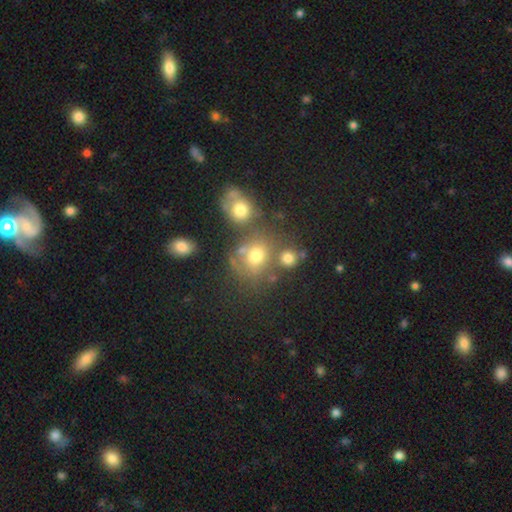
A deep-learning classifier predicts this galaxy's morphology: This is likely a smooth galaxy (67%). How rounded: likely round (69%). Merging: possibly none (49%).